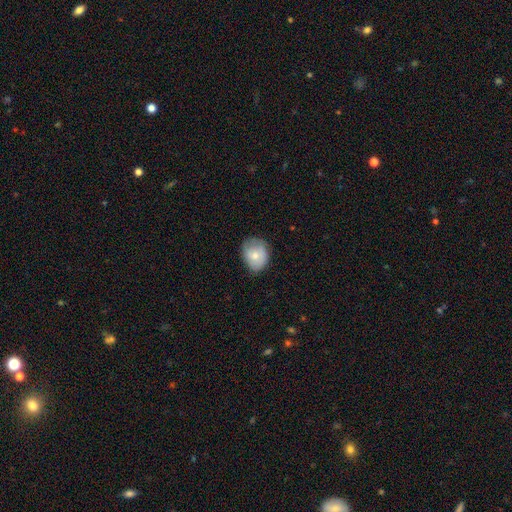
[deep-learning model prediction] This appears to be a smooth galaxy with no disk features (72%) that is round (55%). Merging: none (66%).